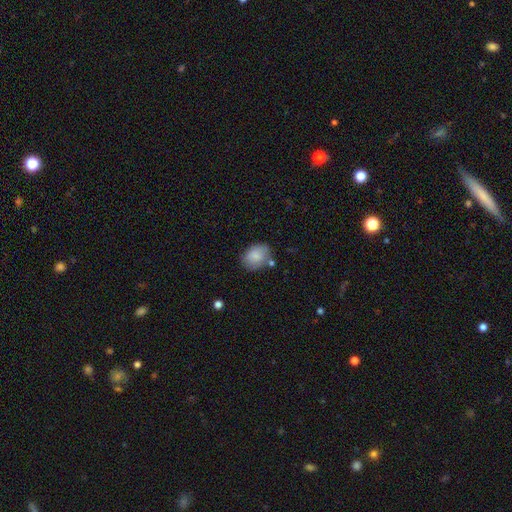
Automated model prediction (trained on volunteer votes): This appears to be a smooth galaxy with no disk features (83%) that is in between round and cigar-shaped (64%). Merging: none (69%).